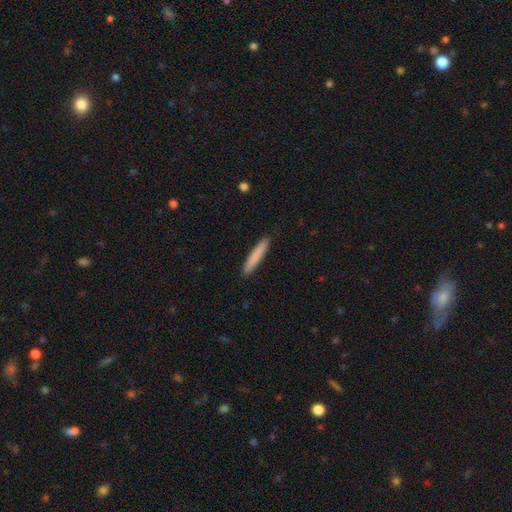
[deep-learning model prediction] A smooth galaxy with no disk features (82%) that is cigar-shaped (95%). Merging: none (92%).